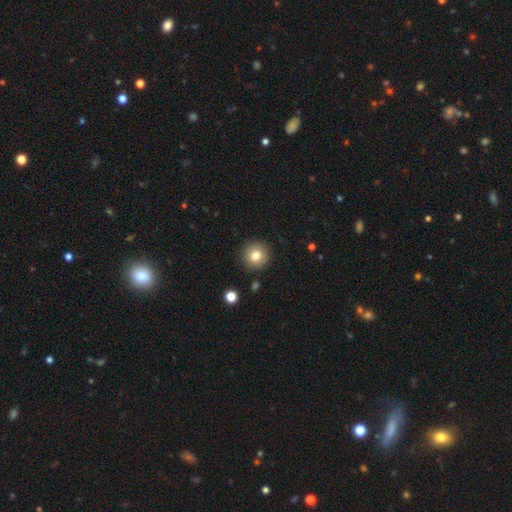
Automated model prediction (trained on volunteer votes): A smooth galaxy with no disk features (78%) that is round (94%). Merging: none (90%).